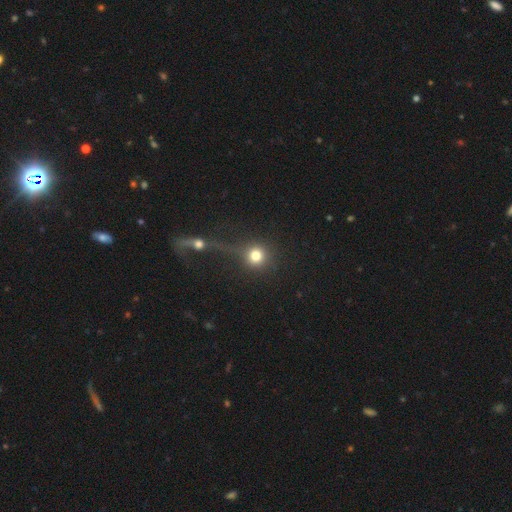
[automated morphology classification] Smooth or featured: smooth — 74% (star or artifact — 15%)
How rounded: round — 93% (in between — 6%)
Merging: none — 61% (merger — 15%)